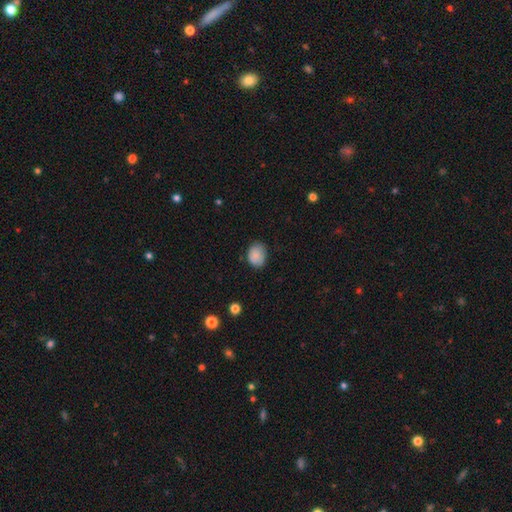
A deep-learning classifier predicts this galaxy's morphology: Smooth or featured? smooth (85%)
How rounded? in between (57%)
Merging? none (72%)